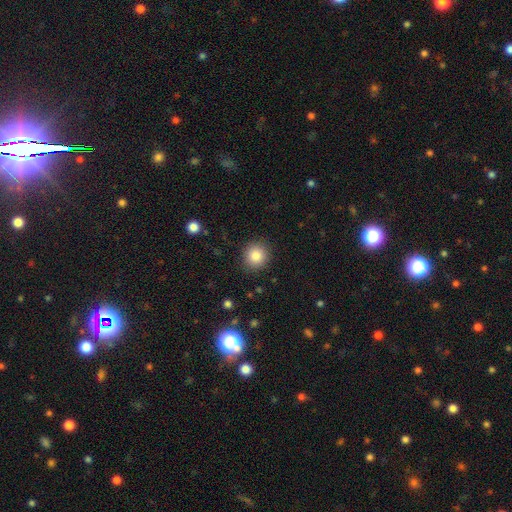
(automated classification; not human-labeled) Smooth or featured? Predicted: smooth (p=0.84). How rounded? Predicted: round (p=0.90). Merging? Predicted: none (p=0.90).